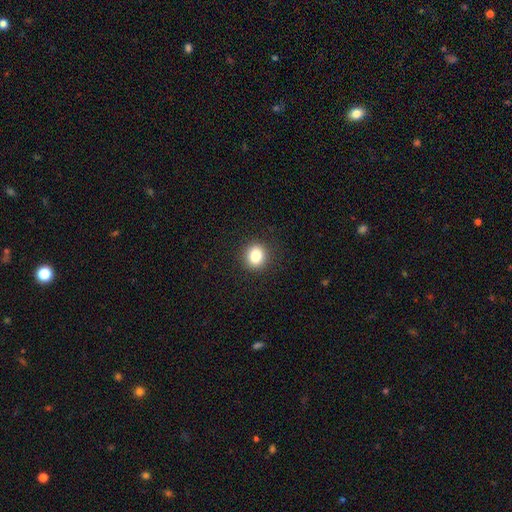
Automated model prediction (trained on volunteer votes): This is clearly a smooth galaxy (83%). How rounded: clearly round (82%). Merging: clearly none (92%).